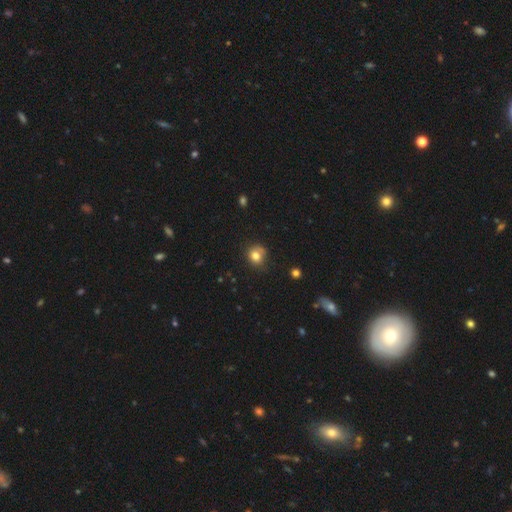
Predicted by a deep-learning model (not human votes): Q: Smooth or featured?
A: smooth (78%); runner-up: star or artifact (11%)
Q: How rounded?
A: round (79%); runner-up: in between (20%)
Q: Merging?
A: none (65%); runner-up: minor disturbance (24%)